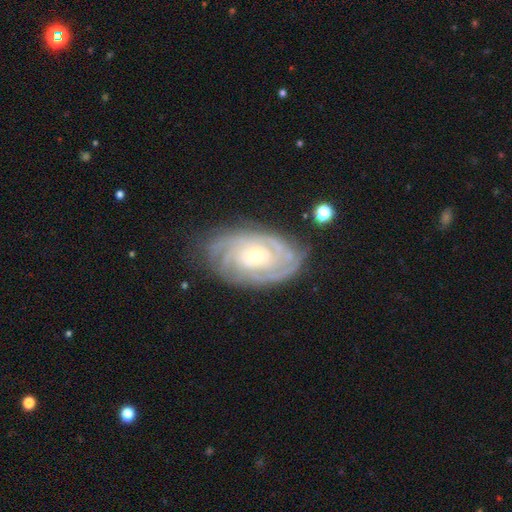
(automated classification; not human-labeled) Morphology: type=featured or disk (88%); edge-on=no (96%); bar=no (68%); spiral arms=yes (97%); winding=tight (79%); arm count=can't tell (27%); bulge=small (57%); merging=none (77%).